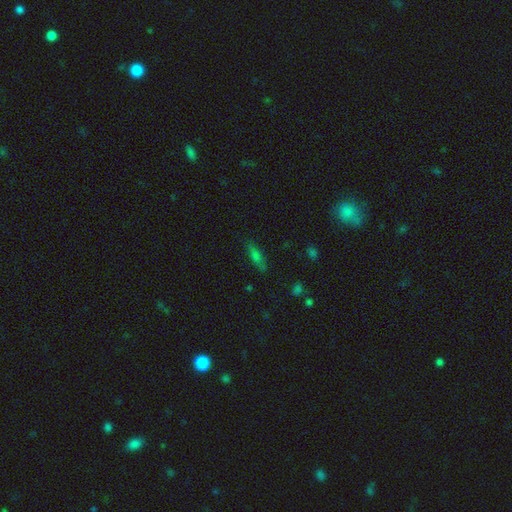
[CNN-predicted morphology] smooth_or_featured: smooth (p=0.55) [alt: featured or disk p=0.25]
how_rounded: cigar-shaped (p=0.53) [alt: in between p=0.42]
merging: none (p=0.81) [alt: minor disturbance p=0.13]